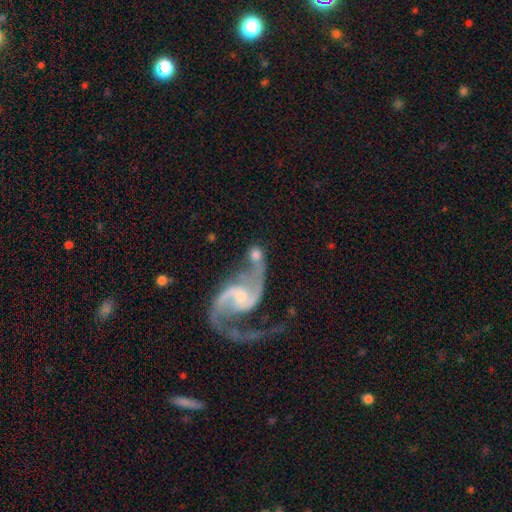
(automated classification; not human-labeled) smooth-or-featured: featured or disk: 68% | smooth: 24% | star or artifact: 8%
  disk-edge-on: no: 96% | yes: 4%
    bar: no: 46% | weak: 42% | strong: 12%
    has-spiral-arms: yes: 90% | no: 10%
      spiral-winding: loose: 76% | medium: 20% | tight: 5%
      spiral-arm-count: 2: 91% | 1: 3% | can't tell: 2% | 3: 1% | 4: 1% | more than 4: 1%
    bulge-size: small: 48% | moderate: 31% | none: 11% | large: 7% | dominant: 2%
  merging: merger: 38% | none: 37% | minor disturbance: 13% | major disturbance: 11%